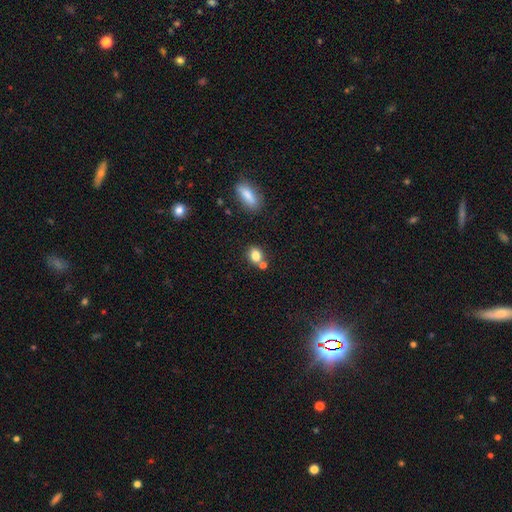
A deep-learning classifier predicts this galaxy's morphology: A smooth galaxy with no disk features (81%) that is round (59%).

Vote fractions:
- Smooth or featured? smooth: 81% / star or artifact: 11% / featured or disk: 8%
- How rounded? round: 59% / in between: 40% / cigar-shaped: 2%
- Merging? none: 58% / merger: 27% / minor disturbance: 11% / major disturbance: 3%